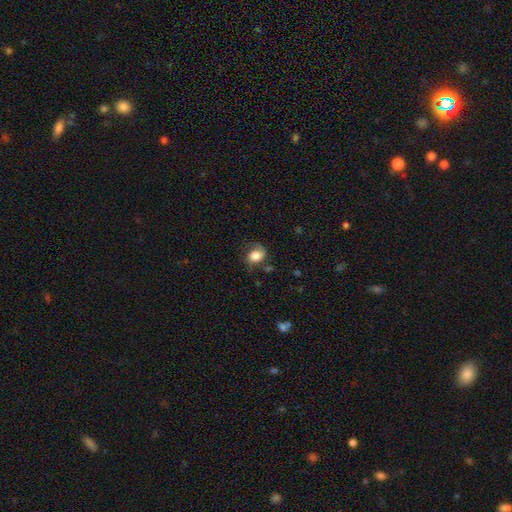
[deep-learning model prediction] smooth_or_featured: smooth (p=0.58) [alt: featured or disk p=0.33]
how_rounded: in between (p=0.54) [alt: round p=0.44]
merging: none (p=0.48) [alt: minor disturbance p=0.27]